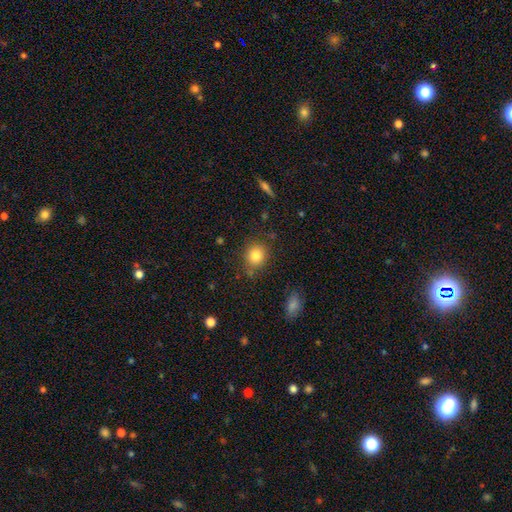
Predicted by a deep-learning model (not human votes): Morphology: type=smooth (83%); roundness=round (72%); merging=none (80%).